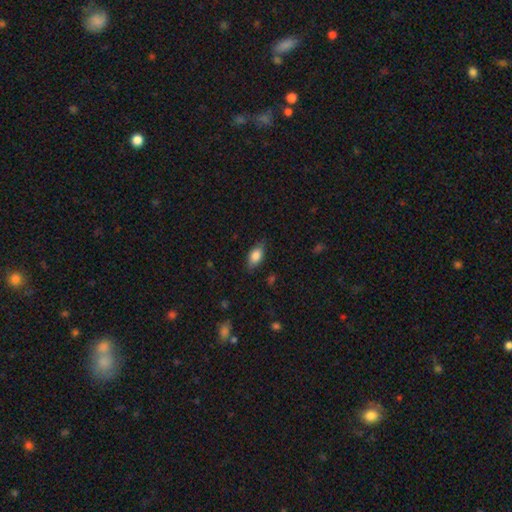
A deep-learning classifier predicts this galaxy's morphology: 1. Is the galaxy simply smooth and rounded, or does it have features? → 82% smooth, 11% featured or disk, 7% star or artifact.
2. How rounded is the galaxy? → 88% in between, 6% cigar-shaped, 5% round.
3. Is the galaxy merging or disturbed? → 80% none, 16% minor disturbance, 4% major disturbance, 1% merger.